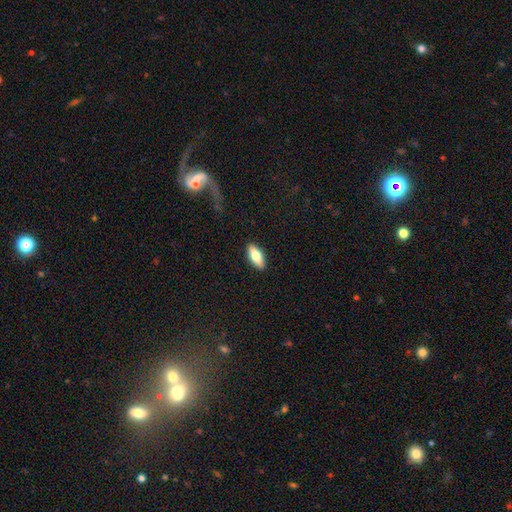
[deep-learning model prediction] Smooth or featured? Predicted: smooth (p=0.68). How rounded? Predicted: in between (p=0.75). Merging? Predicted: none (p=0.89).